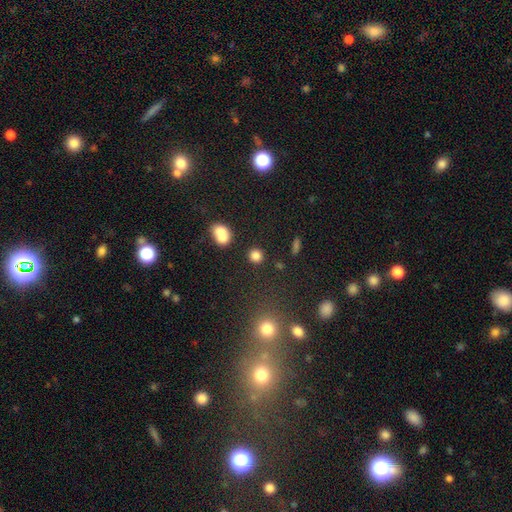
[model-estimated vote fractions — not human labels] Smooth or featured?
  - smooth: 81% *
  - star or artifact: 13%
  - featured or disk: 7%
How rounded?
  - round: 82% *
  - in between: 17%
  - cigar-shaped: 1%
Merging?
  - none: 69% *
  - merger: 18%
  - minor disturbance: 9%
  - major disturbance: 3%